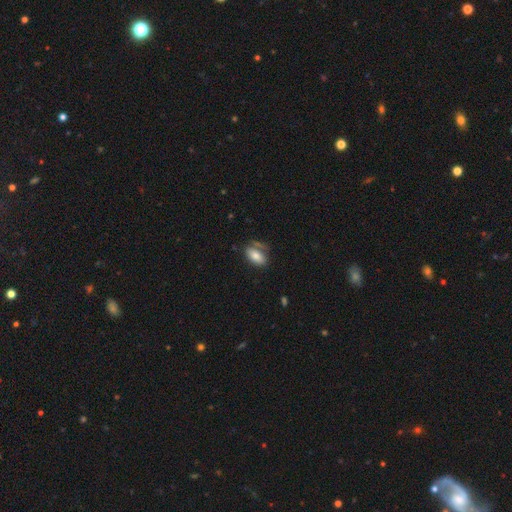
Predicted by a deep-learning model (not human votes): Morphology: type=smooth (78%); roundness=in between (89%); merging=none (58%).